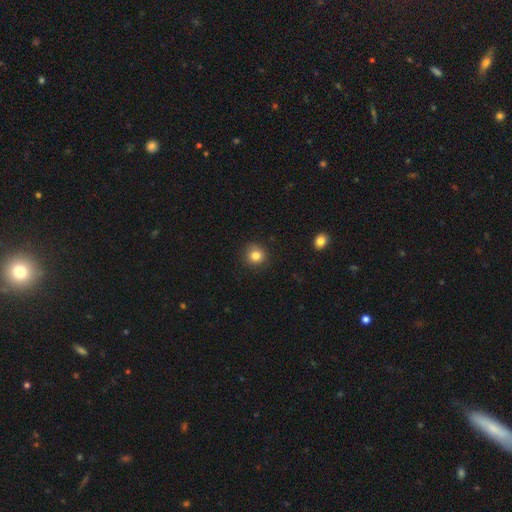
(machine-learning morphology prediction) Smooth or featured?
  - smooth: 83% *
  - star or artifact: 11%
  - featured or disk: 6%
How rounded?
  - round: 91% *
  - in between: 8%
  - cigar-shaped: 1%
Merging?
  - none: 89% *
  - minor disturbance: 8%
  - major disturbance: 2%
  - merger: 1%